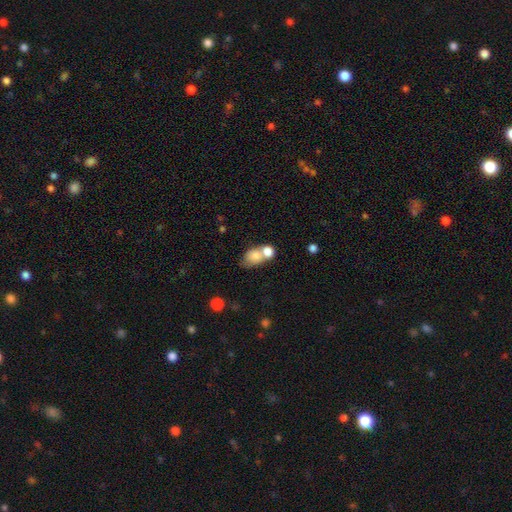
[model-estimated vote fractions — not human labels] A smooth galaxy with no disk features (75%) that is in between round and cigar-shaped (66%). Merging: merger (52%).